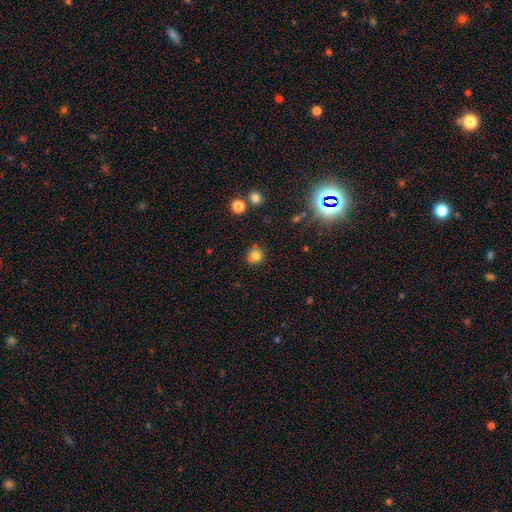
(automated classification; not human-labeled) smooth-or-featured: smooth: 75% | star or artifact: 15% | featured or disk: 10%
  how-rounded: round: 89% | in between: 10% | cigar-shaped: 1%
  merging: none: 69% | merger: 17% | minor disturbance: 11% | major disturbance: 3%